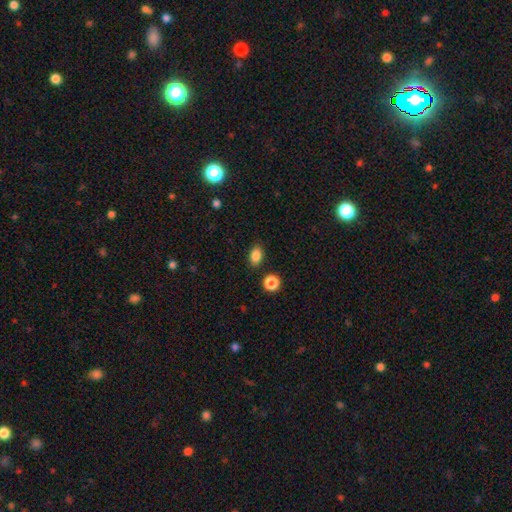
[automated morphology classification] Q: Smooth or featured?
A: smooth (85%); runner-up: star or artifact (10%)
Q: How rounded?
A: in between (81%); runner-up: round (17%)
Q: Merging?
A: none (85%); runner-up: minor disturbance (9%)